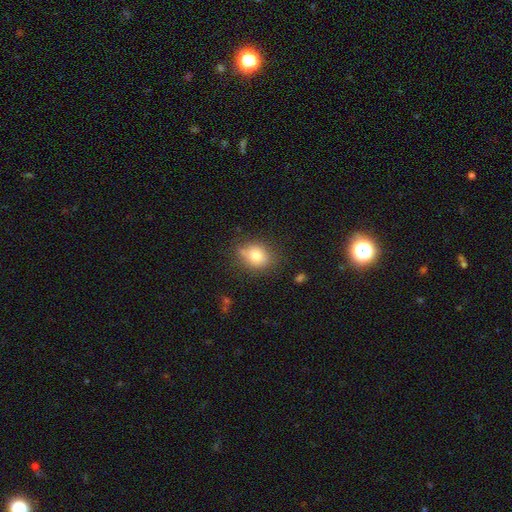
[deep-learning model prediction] smooth 77%, featured or disk 12%, star or artifact 10%. Down the decision tree: how rounded — round (54%); merging — none (67%).